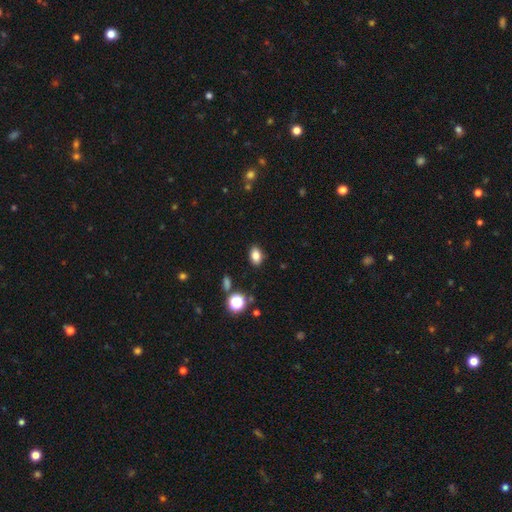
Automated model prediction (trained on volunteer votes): Smooth or featured? smooth (82%)
How rounded? in between (82%)
Merging? none (88%)